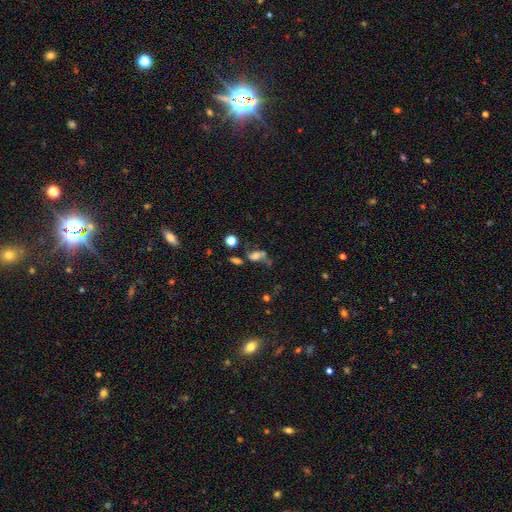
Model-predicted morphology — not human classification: A smooth galaxy with no disk features (43%).

Vote fractions:
- Smooth or featured? smooth: 43% / featured or disk: 38% / star or artifact: 19%
- Merging? none: 37% / major disturbance: 22% / merger: 22% / minor disturbance: 20%